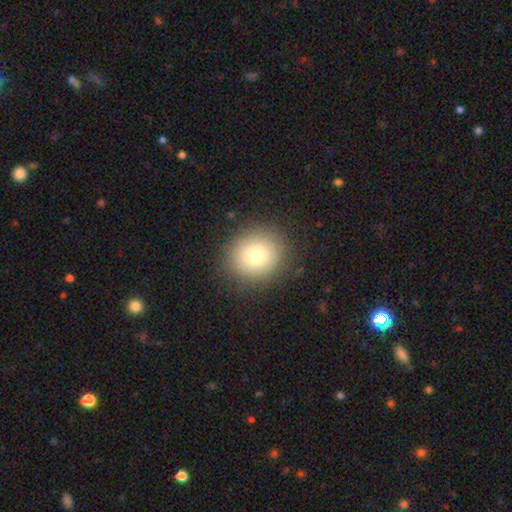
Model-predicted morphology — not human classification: A smooth galaxy with no disk features (77%) that is round (84%). Merging: none (88%).